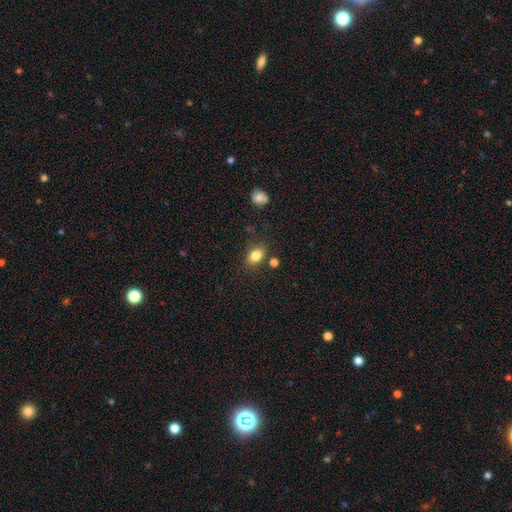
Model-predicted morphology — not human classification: smooth-or-featured: smooth: 83% | star or artifact: 10% | featured or disk: 7%
  how-rounded: in between: 78% | round: 21% | cigar-shaped: 2%
  merging: none: 77% | minor disturbance: 13% | merger: 6% | major disturbance: 4%